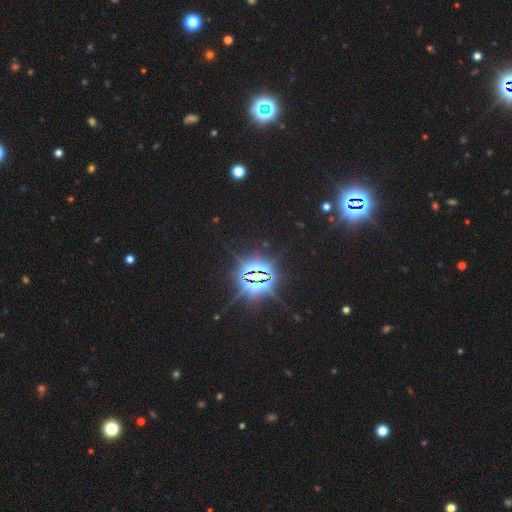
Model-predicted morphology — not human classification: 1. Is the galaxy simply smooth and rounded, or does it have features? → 85% star or artifact, 9% smooth, 6% featured or disk.